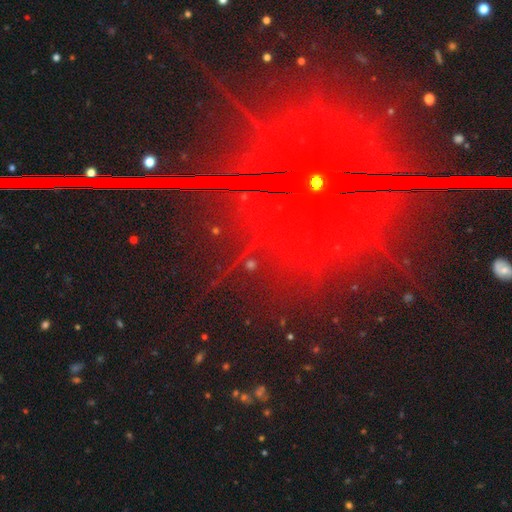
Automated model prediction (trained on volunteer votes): Smooth or featured: star or artifact — 63% (featured or disk — 28%)